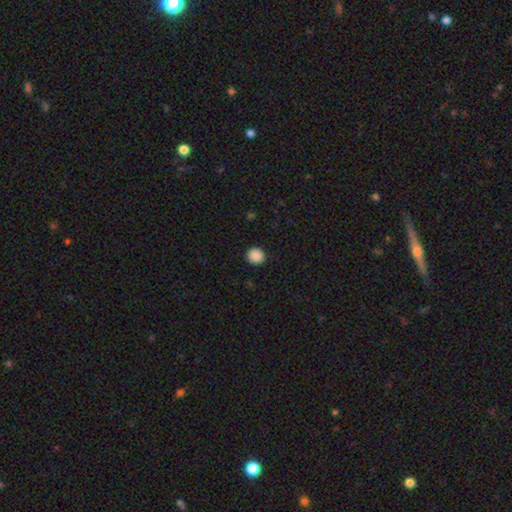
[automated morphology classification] Q: Smooth or featured?
A: smooth (89%); runner-up: star or artifact (9%)
Q: How rounded?
A: round (92%); runner-up: in between (7%)
Q: Merging?
A: none (93%); runner-up: minor disturbance (5%)